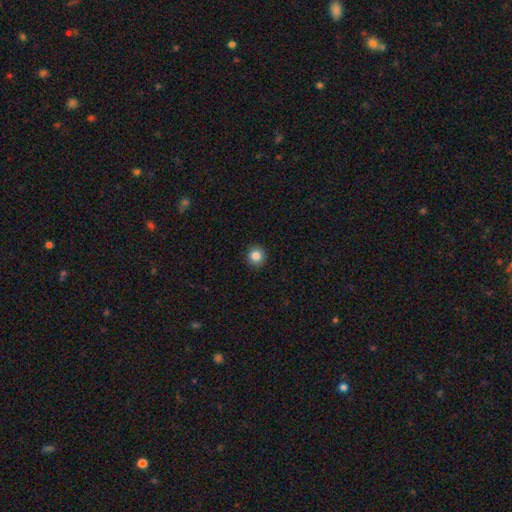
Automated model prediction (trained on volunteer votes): This appears to be a smooth galaxy with no disk features (85%) that is round (95%). Merging: none (93%).